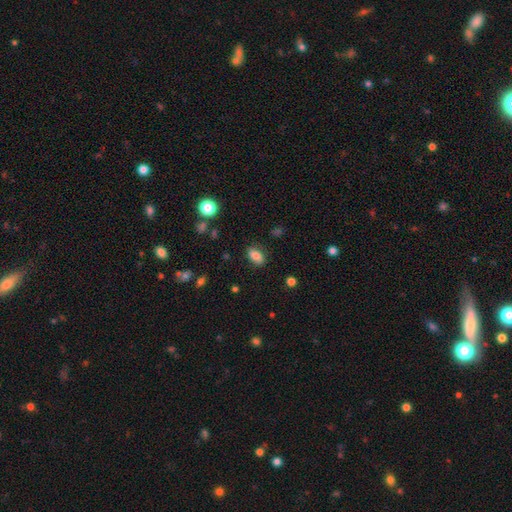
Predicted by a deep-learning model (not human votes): smooth_or_featured: smooth (p=0.79) [alt: featured or disk p=0.11]
how_rounded: in between (p=0.87) [alt: round p=0.08]
merging: none (p=0.81) [alt: minor disturbance p=0.13]